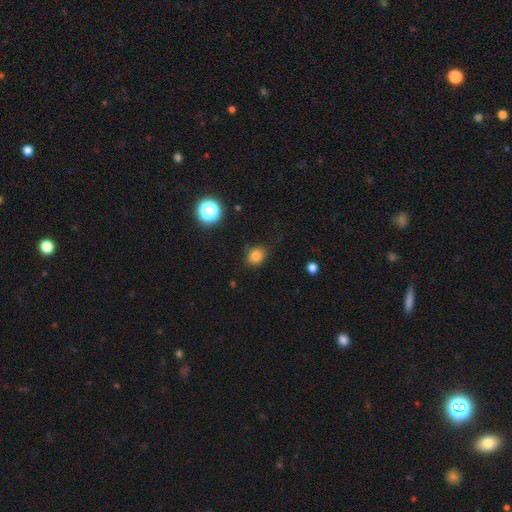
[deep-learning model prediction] Smooth or featured? Predicted: smooth (p=0.82). How rounded? Predicted: round (p=0.66). Merging? Predicted: none (p=0.78).